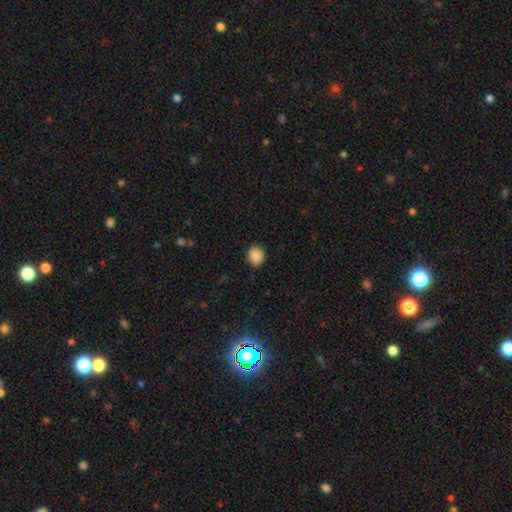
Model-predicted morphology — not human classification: smooth-or-featured: smooth: 89% | star or artifact: 9% | featured or disk: 3%
  how-rounded: round: 80% | in between: 19% | cigar-shaped: 1%
  merging: none: 89% | minor disturbance: 8% | major disturbance: 2% | merger: 1%